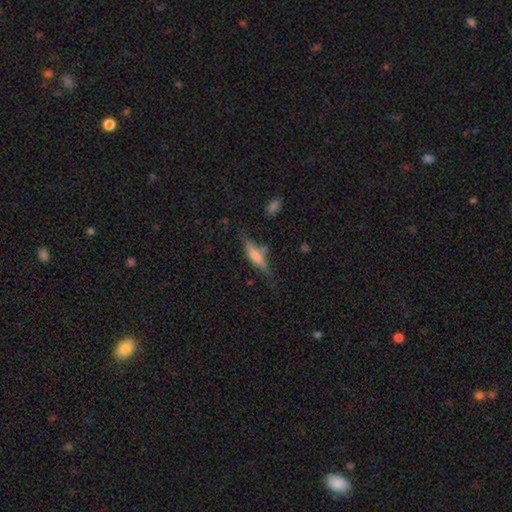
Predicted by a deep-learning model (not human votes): Smooth or featured? featured or disk (49%)
Merging? none (71%)